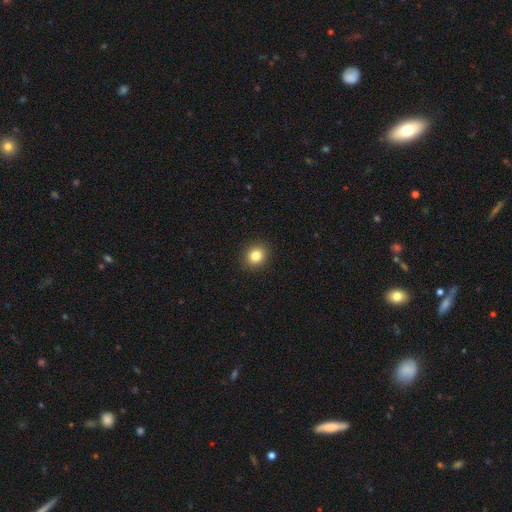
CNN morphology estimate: Overall: smooth (83%). How rounded: round (78%). Merging: none (92%).